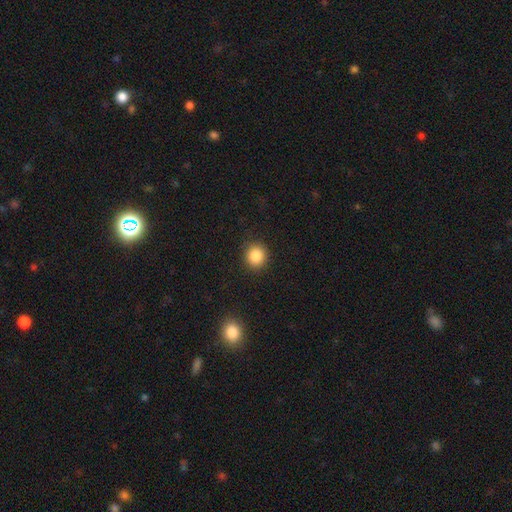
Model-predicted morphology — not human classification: Smooth or featured: smooth — 86% (star or artifact — 10%)
How rounded: round — 89% (in between — 10%)
Merging: none — 90% (minor disturbance — 7%)